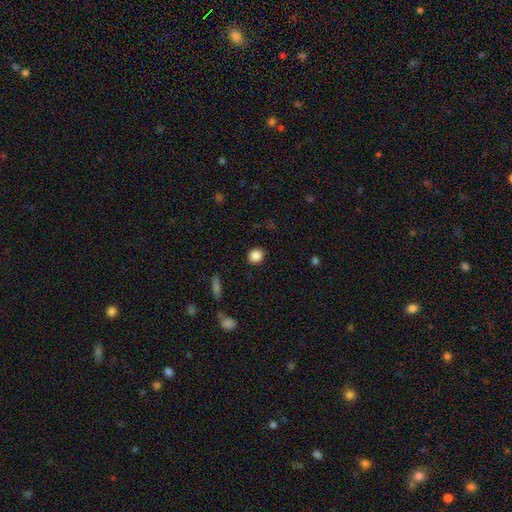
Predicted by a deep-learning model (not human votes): Q: Smooth or featured?
A: smooth (86%); runner-up: star or artifact (10%)
Q: How rounded?
A: round (84%); runner-up: in between (15%)
Q: Merging?
A: none (90%); runner-up: minor disturbance (6%)